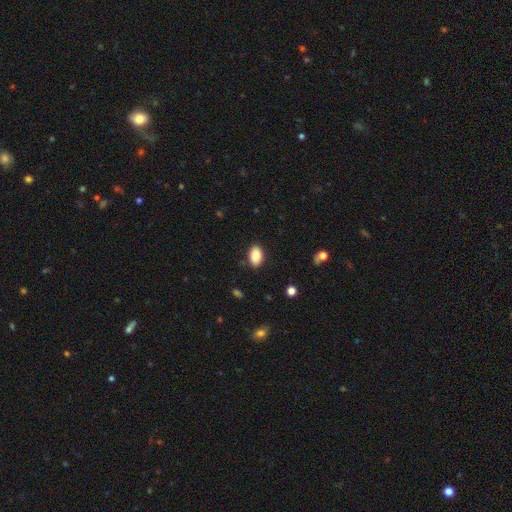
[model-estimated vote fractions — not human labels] The model was most divided on "merging": none: 86%, minor disturbance: 11%, major disturbance: 3%, merger: 1%. More confident: how rounded — in between (91%); smooth or featured — smooth (88%).